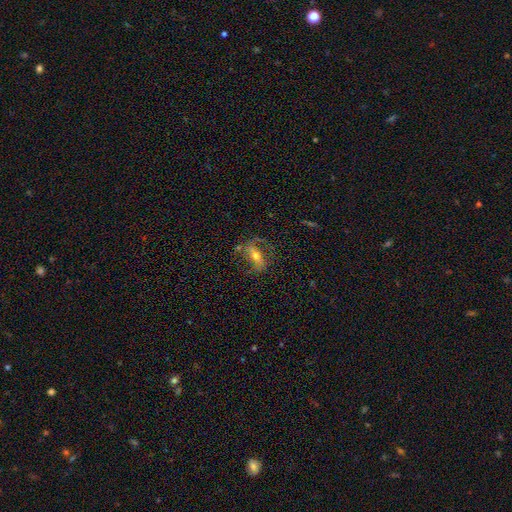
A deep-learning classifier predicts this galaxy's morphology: featured or disk 64%, smooth 27%, star or artifact 9%. Down the decision tree: edge-on disk — no (85%); bar — strong (48%); spiral arms — yes (72%); bulge size — moderate (64%); merging — none (62%).